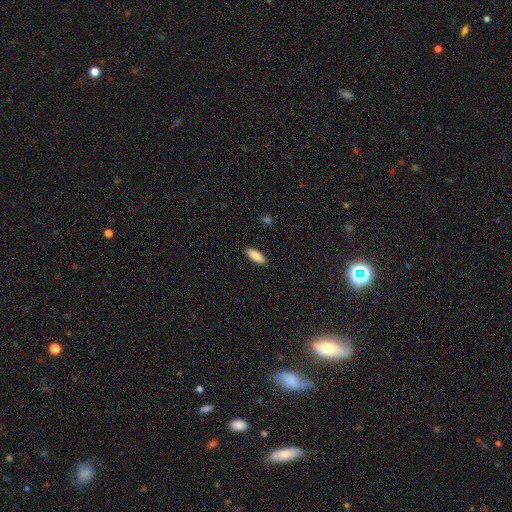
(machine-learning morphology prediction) smooth_or_featured: smooth (p=0.85) [alt: featured or disk p=0.09]
how_rounded: in between (p=0.69) [alt: cigar-shaped p=0.29]
merging: none (p=0.90) [alt: minor disturbance p=0.08]